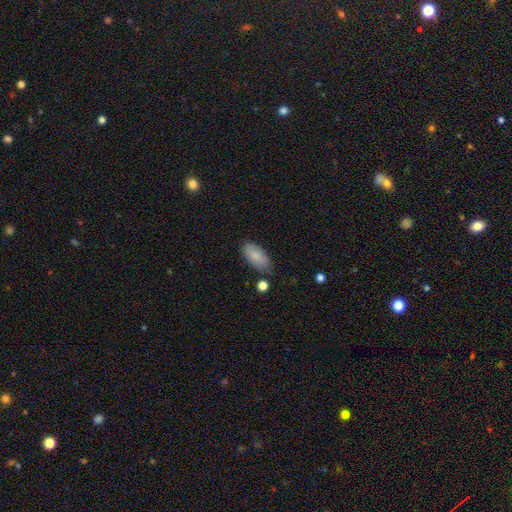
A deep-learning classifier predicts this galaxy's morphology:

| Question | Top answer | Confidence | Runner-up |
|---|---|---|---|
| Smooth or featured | smooth | 86% | featured or disk (8%) |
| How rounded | in between | 92% | cigar-shaped (6%) |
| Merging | none | 80% | minor disturbance (14%) |